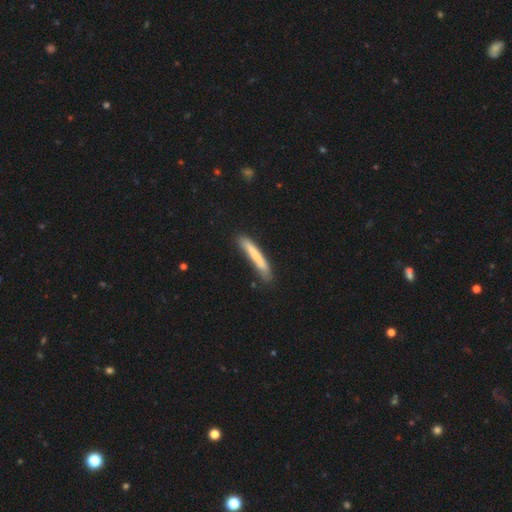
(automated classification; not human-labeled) Q: Smooth or featured?
A: smooth (72%); runner-up: featured or disk (22%)
Q: How rounded?
A: cigar-shaped (95%); runner-up: in between (3%)
Q: Merging?
A: none (80%); runner-up: minor disturbance (15%)